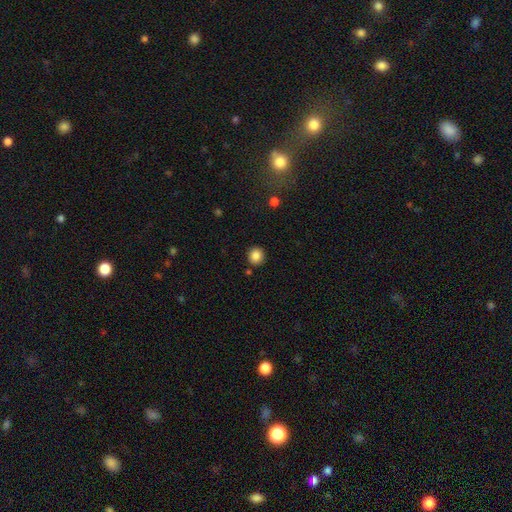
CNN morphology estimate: smooth 86%, star or artifact 10%, featured or disk 4%. Down the decision tree: how rounded — round (91%); merging — none (89%).